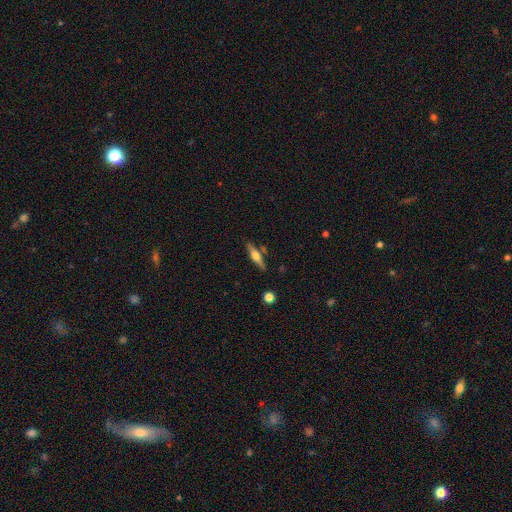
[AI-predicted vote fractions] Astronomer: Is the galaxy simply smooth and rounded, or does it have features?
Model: featured or disk — 63%.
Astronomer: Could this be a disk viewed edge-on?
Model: yes — 95%.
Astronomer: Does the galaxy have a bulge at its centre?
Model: rounded — 92%.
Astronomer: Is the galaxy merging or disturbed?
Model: none — 82%.